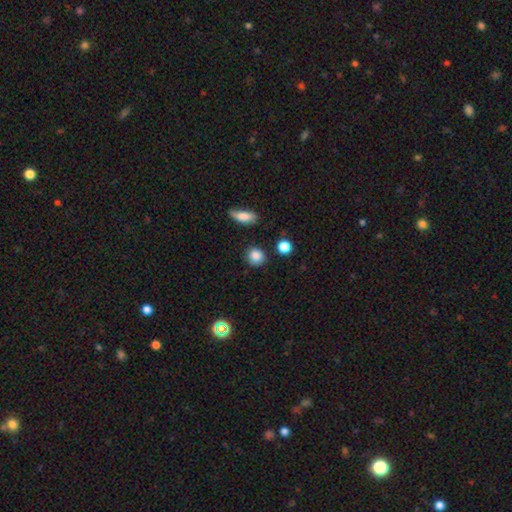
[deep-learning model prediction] smooth 86%, star or artifact 10%, featured or disk 5%. Down the decision tree: how rounded — round (84%); merging — none (84%).